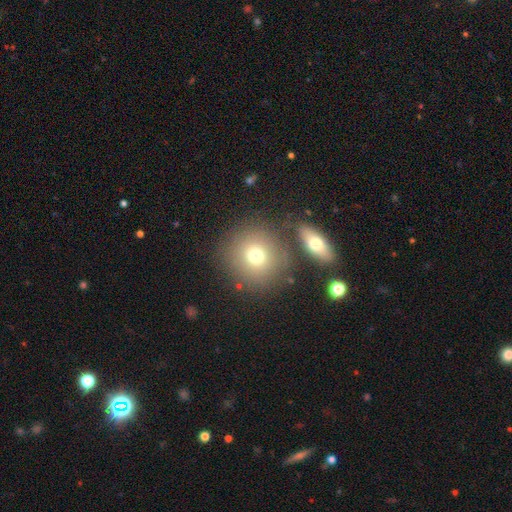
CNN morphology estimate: Smooth or featured?
  - smooth: 73% *
  - featured or disk: 14%
  - star or artifact: 12%
How rounded?
  - round: 89% *
  - in between: 10%
  - cigar-shaped: 1%
Merging?
  - none: 73% *
  - merger: 14%
  - minor disturbance: 9%
  - major disturbance: 4%